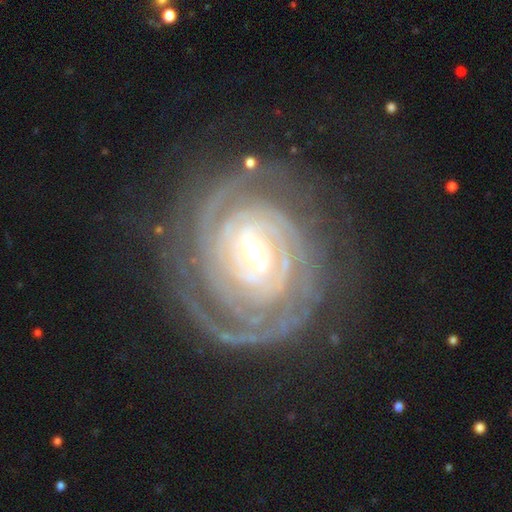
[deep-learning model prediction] Smooth or featured? featured or disk (91%)
Edge-on disk? no (97%)
Bar? weak (46%)
Spiral arms? yes (98%)
Spiral winding? tight (81%)
Spiral arm count? 2 (29%)
Bulge size? moderate (53%)
Merging? none (73%)